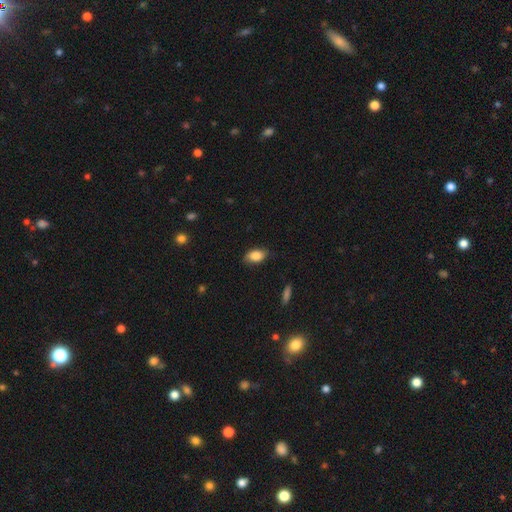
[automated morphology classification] type=smooth (85%); roundness=in between (90%); merging=none (77%).